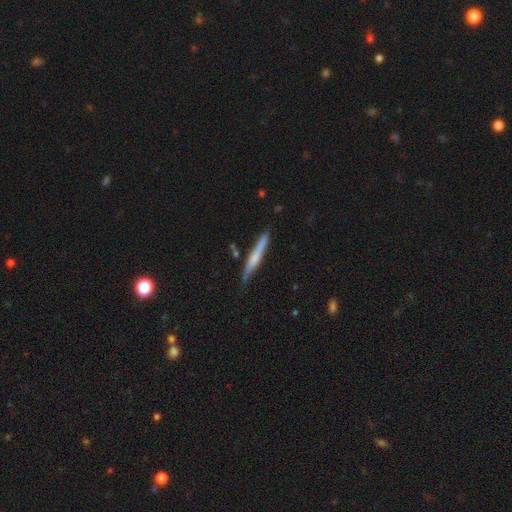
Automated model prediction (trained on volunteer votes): Morphology: type=smooth (51%); roundness=cigar-shaped (95%); merging=none (77%).